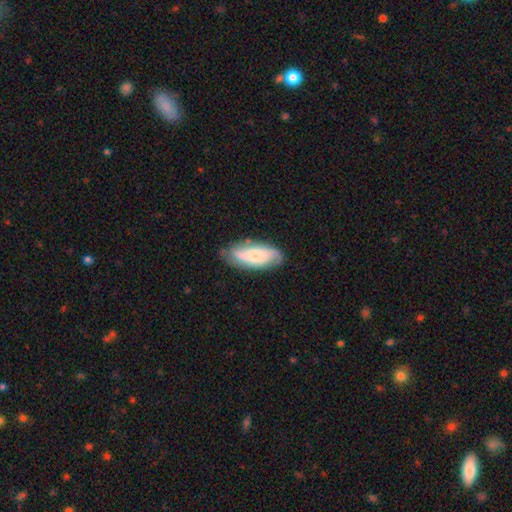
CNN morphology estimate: This is possibly a featured or disk galaxy (48%). Merging: likely none (70%).